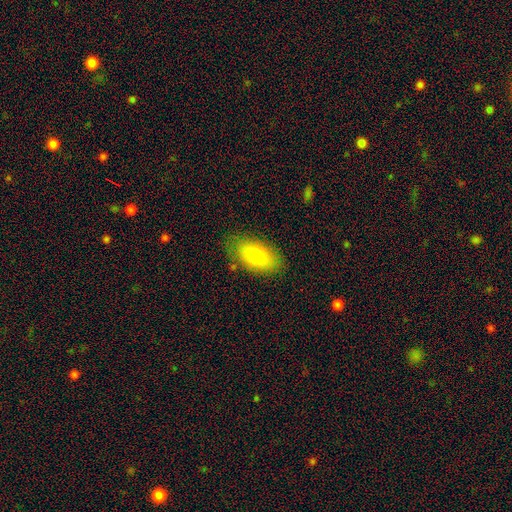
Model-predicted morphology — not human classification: Smooth or featured? smooth (84%)
How rounded? in between (93%)
Merging? none (82%)